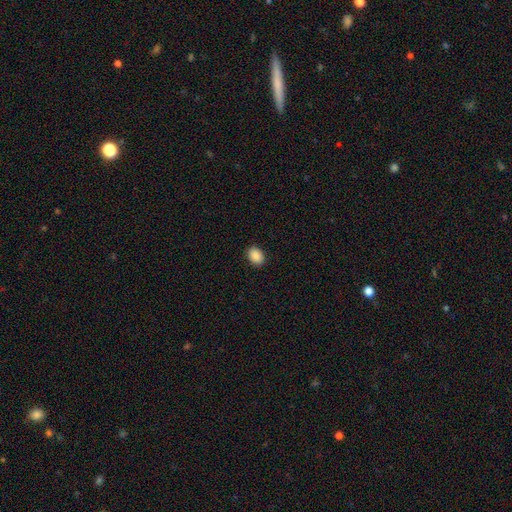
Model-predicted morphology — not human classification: This is clearly a smooth galaxy (88%). How rounded: likely in between (71%). Merging: clearly none (90%).